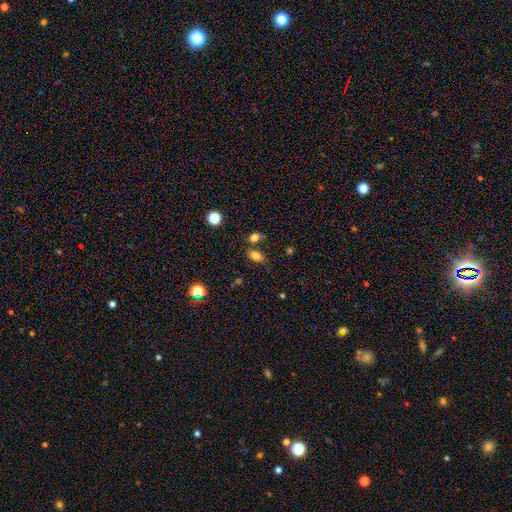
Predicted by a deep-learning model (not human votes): A smooth galaxy with no disk features (80%) that is in between round and cigar-shaped (83%).

Vote fractions:
- Smooth or featured? smooth: 80% / star or artifact: 12% / featured or disk: 7%
- How rounded? in between: 83% / round: 15% / cigar-shaped: 2%
- Merging? none: 66% / merger: 16% / minor disturbance: 13% / major disturbance: 4%